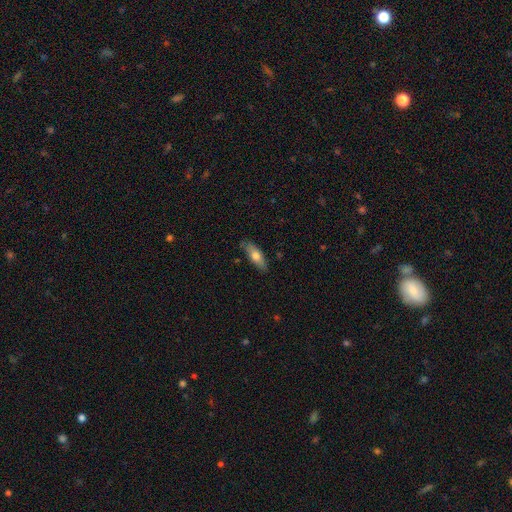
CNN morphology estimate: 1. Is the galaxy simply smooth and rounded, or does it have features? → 67% smooth, 27% featured or disk, 6% star or artifact.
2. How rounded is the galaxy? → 65% in between, 33% cigar-shaped, 2% round.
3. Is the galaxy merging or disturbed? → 81% none, 15% minor disturbance, 2% major disturbance, 2% merger.